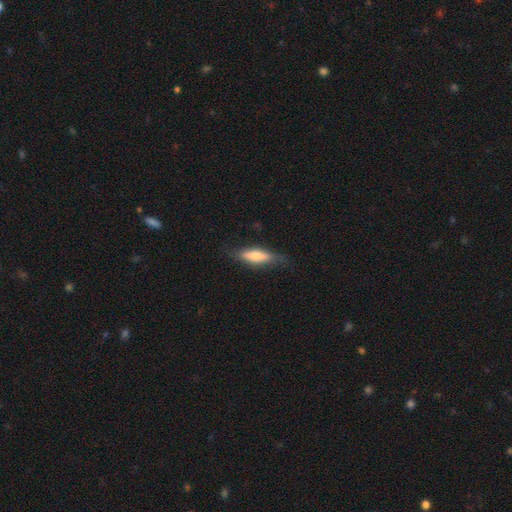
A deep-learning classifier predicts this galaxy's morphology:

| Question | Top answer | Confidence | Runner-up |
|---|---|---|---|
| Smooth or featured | smooth | 62% | featured or disk (32%) |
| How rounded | cigar-shaped | 59% | in between (39%) |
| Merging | none | 71% | minor disturbance (22%) |